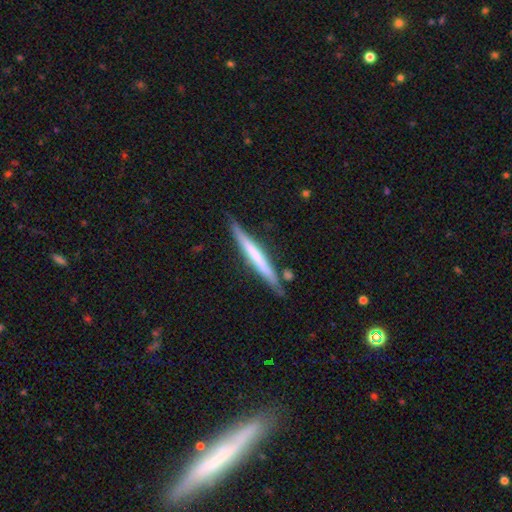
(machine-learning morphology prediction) This appears to be a featured or disk galaxy (51%) viewed edge-on (96%). Merging: none (82%).